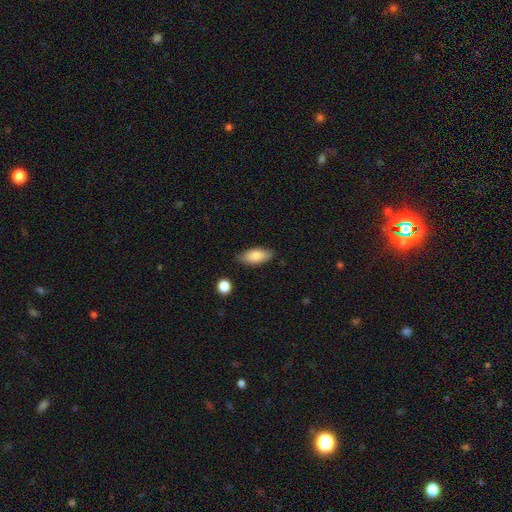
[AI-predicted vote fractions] A smooth galaxy with no disk features (84%) that is in between round and cigar-shaped (87%). Merging: none (81%).